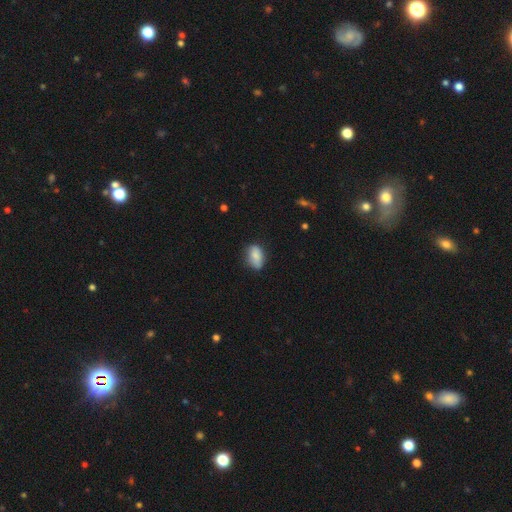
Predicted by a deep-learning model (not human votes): Smooth or featured? Predicted: smooth (p=0.82). How rounded? Predicted: in between (p=0.88). Merging? Predicted: none (p=0.67).